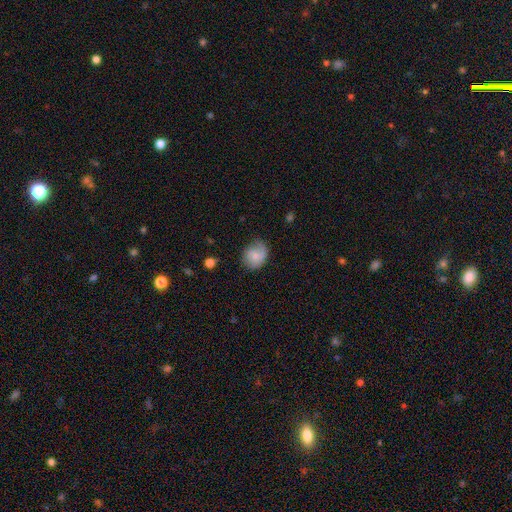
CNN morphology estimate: type=smooth (56%); roundness=round (62%); merging=none (59%).